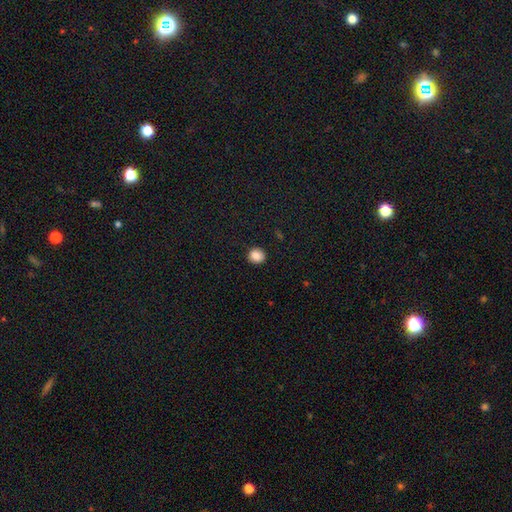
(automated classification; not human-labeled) smooth 86%, star or artifact 10%, featured or disk 4%. Down the decision tree: how rounded — round (83%); merging — none (90%).